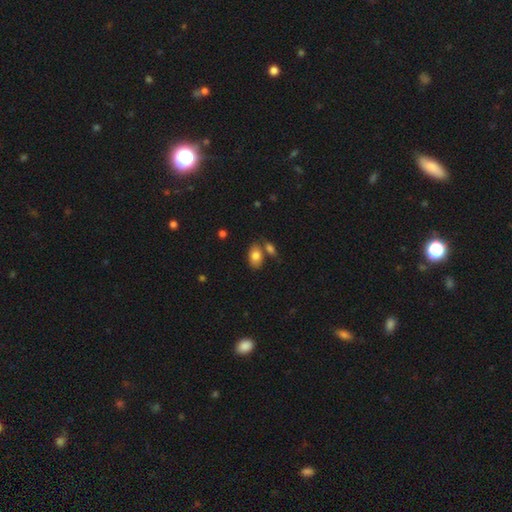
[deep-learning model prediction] The model was most divided on "merging": none: 59%, merger: 25%, minor disturbance: 13%, major disturbance: 4%. More confident: how rounded — in between (90%); smooth or featured — smooth (81%).